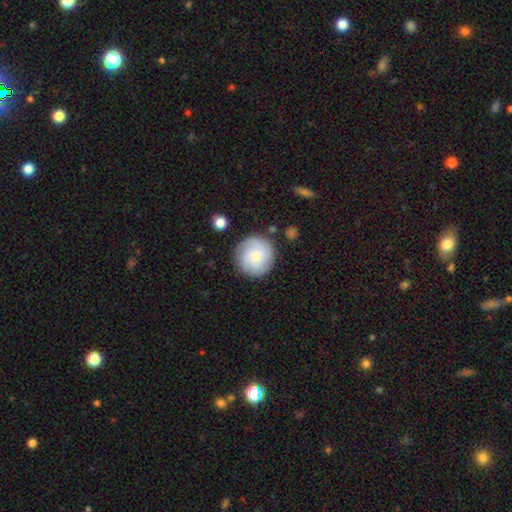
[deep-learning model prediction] A smooth galaxy with no disk features (48%). Merging: none (84%).